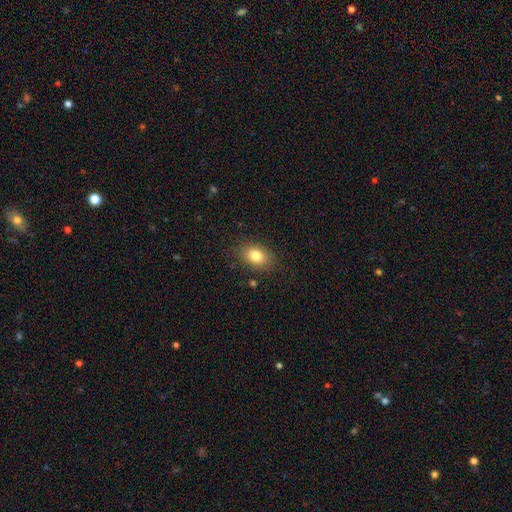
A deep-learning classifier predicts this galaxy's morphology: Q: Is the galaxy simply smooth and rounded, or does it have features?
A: smooth — 82%.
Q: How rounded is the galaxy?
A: in between — 78%.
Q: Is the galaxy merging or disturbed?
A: none — 84%.